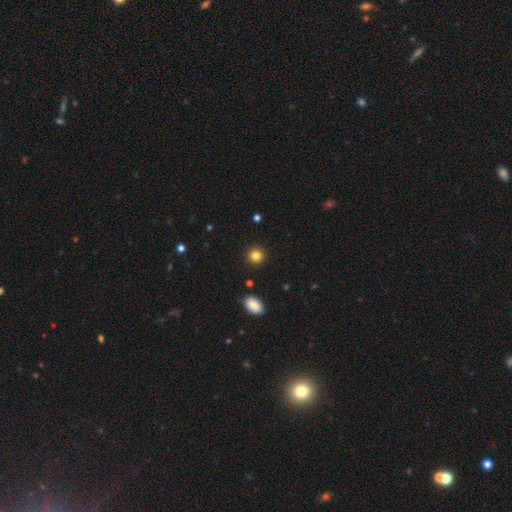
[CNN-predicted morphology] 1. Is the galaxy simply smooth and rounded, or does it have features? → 84% smooth, 11% star or artifact, 5% featured or disk.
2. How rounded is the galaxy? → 91% round, 8% in between, 1% cigar-shaped.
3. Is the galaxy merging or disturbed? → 92% none, 5% minor disturbance, 2% major disturbance, 1% merger.